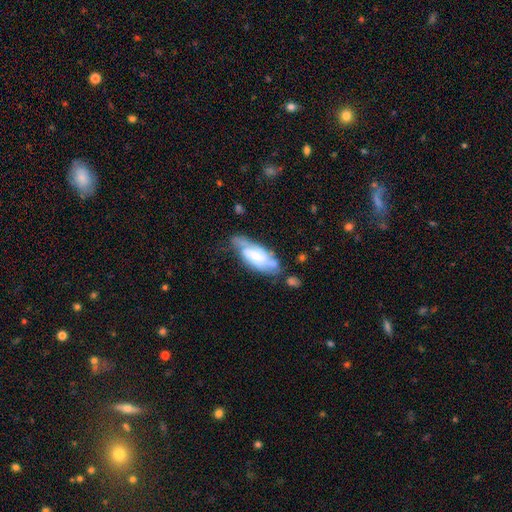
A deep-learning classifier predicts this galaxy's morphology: The model was most divided on "bulge size": small: 53%, moderate: 32%, none: 8%, large: 6%, dominant: 2%. More confident: edge-on disk — no (86%); spiral arms — yes (84%); smooth or featured — featured or disk (60%); bar — no (60%); merging — none (54%).